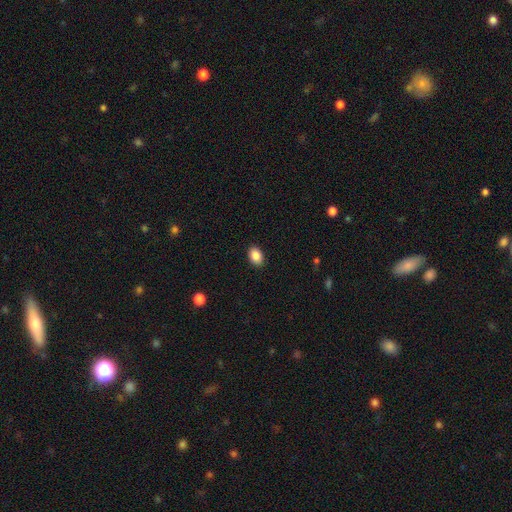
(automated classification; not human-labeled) smooth_or_featured: smooth (p=0.88) [alt: star or artifact p=0.08]
how_rounded: in between (p=0.83) [alt: round p=0.16]
merging: none (p=0.90) [alt: minor disturbance p=0.07]